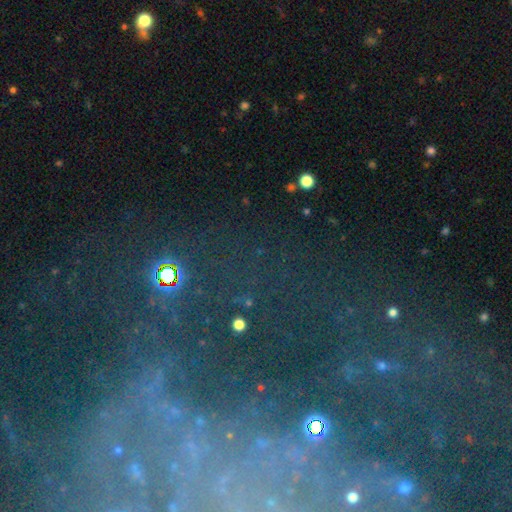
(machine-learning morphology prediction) smooth-or-featured: star or artifact: 54% | featured or disk: 27% | smooth: 19%